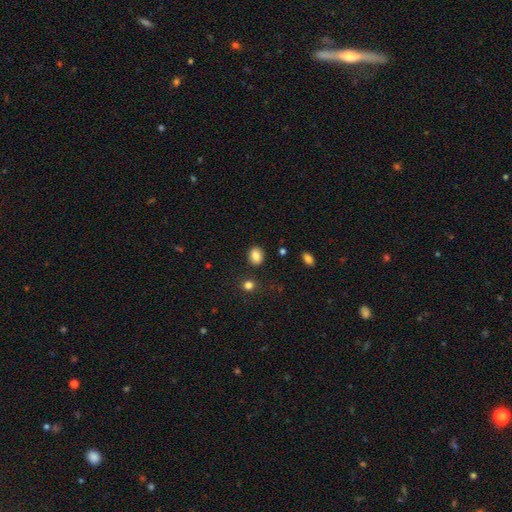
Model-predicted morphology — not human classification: Smooth or featured? Predicted: smooth (p=0.85). How rounded? Predicted: in between (p=0.53). Merging? Predicted: none (p=0.85).